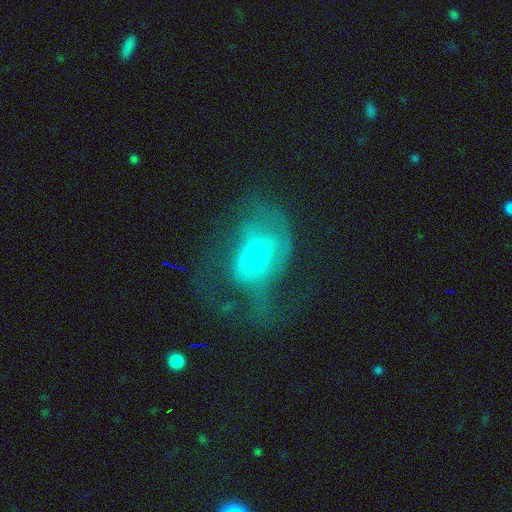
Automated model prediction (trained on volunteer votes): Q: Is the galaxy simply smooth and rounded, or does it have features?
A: featured or disk — 61%.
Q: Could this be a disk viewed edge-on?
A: no — 95%.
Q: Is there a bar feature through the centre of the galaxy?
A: no — 64%.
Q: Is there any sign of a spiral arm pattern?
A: yes — 56%.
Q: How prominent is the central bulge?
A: small — 52%.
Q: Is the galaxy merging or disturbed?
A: major disturbance — 53%.